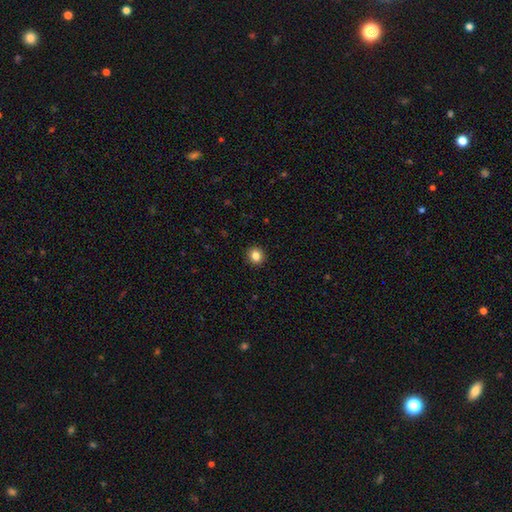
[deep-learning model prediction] The model was most divided on "how rounded": round: 86%, in between: 13%, cigar-shaped: 1%. More confident: merging — none (92%); smooth or featured — smooth (84%).